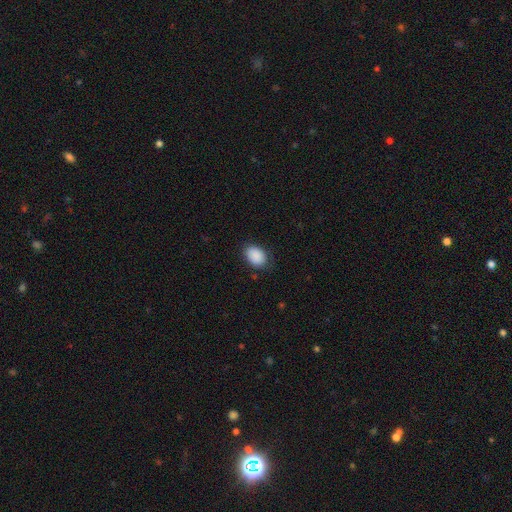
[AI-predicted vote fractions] A smooth galaxy with no disk features (90%) that is in between round and cigar-shaped (77%). Merging: none (80%).